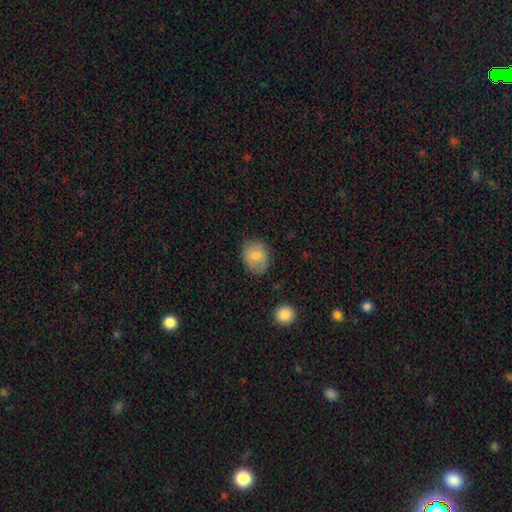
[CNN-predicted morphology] Smooth or featured: smooth — 75% (featured or disk — 17%)
How rounded: round — 57% (in between — 42%)
Merging: none — 73% (minor disturbance — 20%)